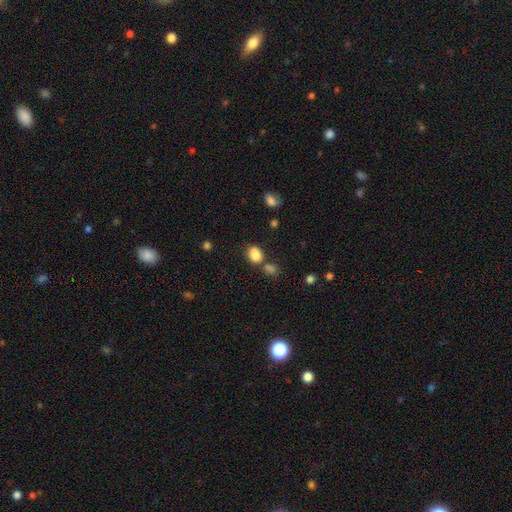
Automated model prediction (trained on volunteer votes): The model was most divided on "merging": none: 50%, merger: 28%, minor disturbance: 16%, major disturbance: 6%. More confident: smooth or featured — smooth (83%); how rounded — in between (74%).